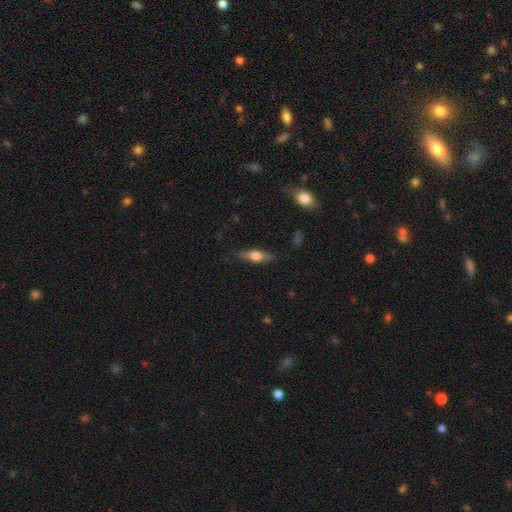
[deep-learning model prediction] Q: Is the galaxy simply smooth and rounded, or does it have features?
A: featured or disk — 51%.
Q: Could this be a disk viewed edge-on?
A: yes — 92%.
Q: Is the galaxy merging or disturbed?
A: none — 82%.